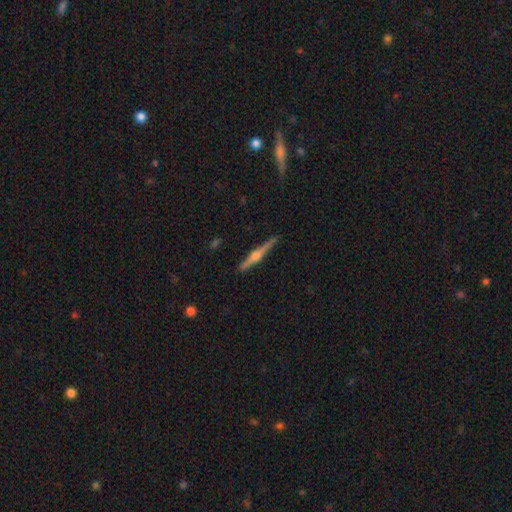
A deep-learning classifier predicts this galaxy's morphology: A featured or disk galaxy (78%) viewed edge-on (98%) with a rounded central bulge (93%).

Vote fractions:
- Smooth or featured? featured or disk: 78% / smooth: 16% / star or artifact: 6%
- Edge-on disk? yes: 98% / no: 2%
- Edge-on bulge? rounded: 93% / boxy: 4% / none: 3%
- Merging? none: 91% / minor disturbance: 7% / major disturbance: 1% / merger: 1%